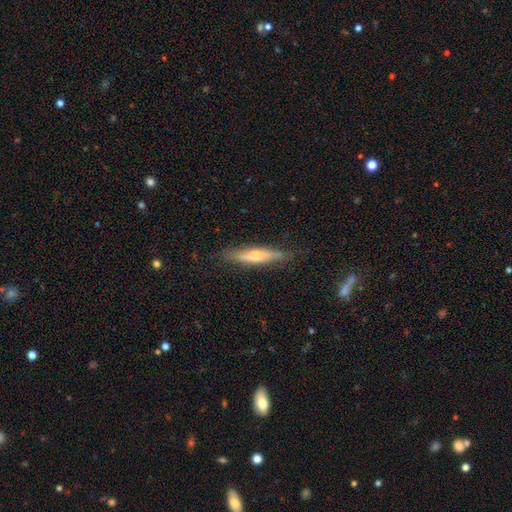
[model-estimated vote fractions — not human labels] A smooth galaxy with no disk features (49%).

Vote fractions:
- Smooth or featured? smooth: 49% / featured or disk: 44% / star or artifact: 6%
- Merging? none: 81% / minor disturbance: 14% / major disturbance: 3% / merger: 2%